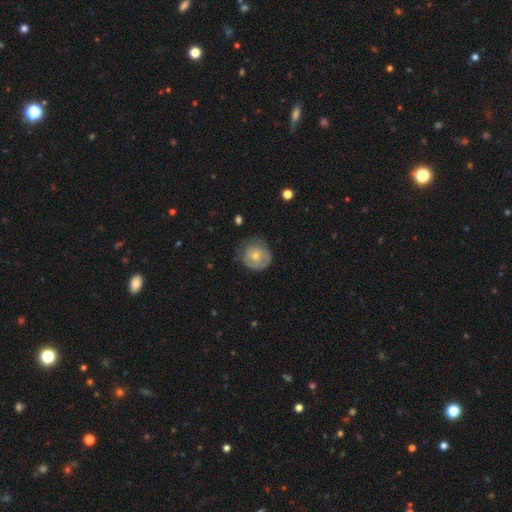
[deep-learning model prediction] This is possibly a smooth galaxy (52%). How rounded: clearly round (84%). Merging: possibly none (60%).